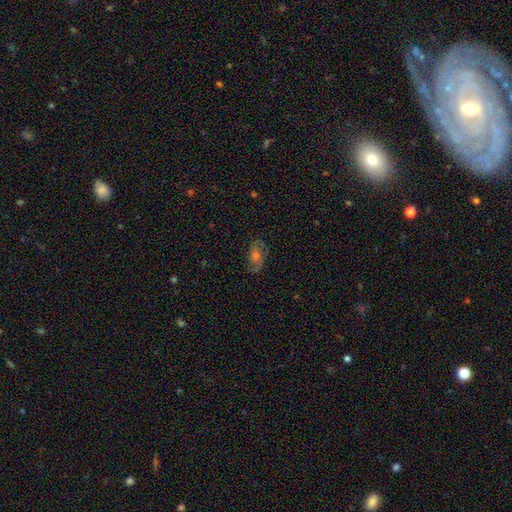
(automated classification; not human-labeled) featured or disk 66%, smooth 21%, star or artifact 14%. Down the decision tree: edge-on disk — no (95%); bar — no (67%); spiral arms — yes (89%); spiral arm count — 2 (74%); spiral winding — medium (47%); bulge size — moderate (55%); merging — none (78%).